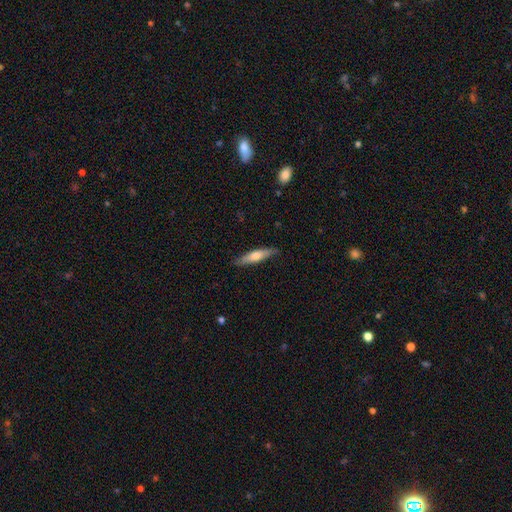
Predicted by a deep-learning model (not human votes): smooth 60%, featured or disk 35%, star or artifact 5%. Down the decision tree: how rounded — cigar-shaped (77%); merging — none (82%).